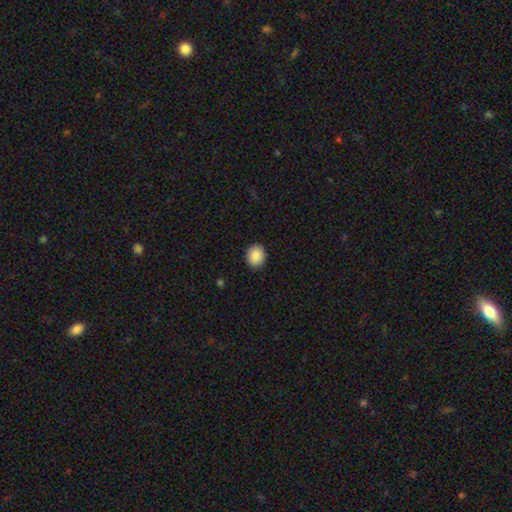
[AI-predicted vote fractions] The model was most divided on "how rounded": round: 67%, in between: 32%, cigar-shaped: 1%. More confident: merging — none (91%); smooth or featured — smooth (88%).